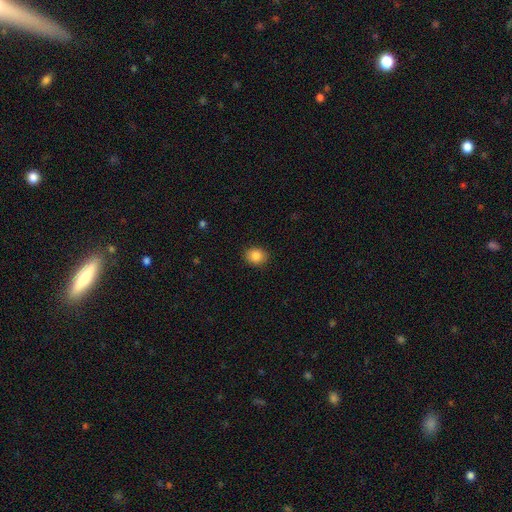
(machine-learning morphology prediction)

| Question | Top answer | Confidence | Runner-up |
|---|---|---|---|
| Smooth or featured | smooth | 86% | star or artifact (9%) |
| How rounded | round | 65% | in between (35%) |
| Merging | none | 90% | minor disturbance (7%) |